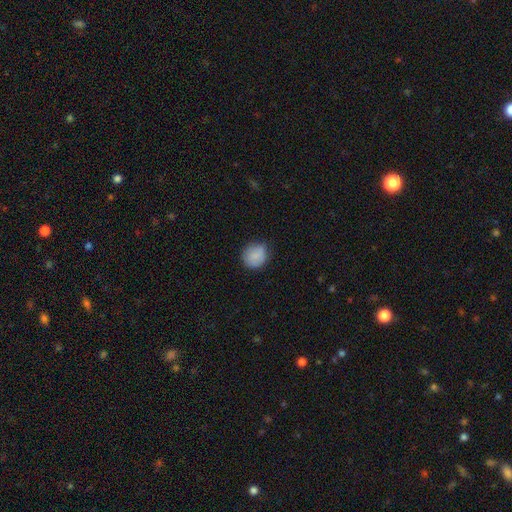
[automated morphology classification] smooth 85%, star or artifact 8%, featured or disk 8%. Down the decision tree: how rounded — round (84%); merging — none (76%).